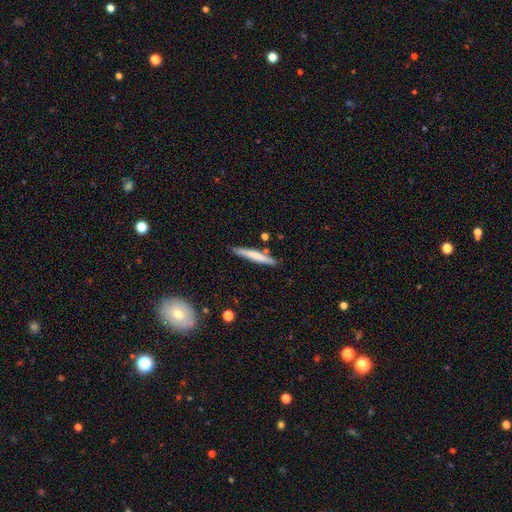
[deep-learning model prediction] A smooth galaxy with no disk features (67%) that is cigar-shaped (95%).

Vote fractions:
- Smooth or featured? smooth: 67% / featured or disk: 27% / star or artifact: 6%
- How rounded? cigar-shaped: 95% / in between: 4% / round: 1%
- Merging? none: 84% / minor disturbance: 10% / merger: 4% / major disturbance: 2%